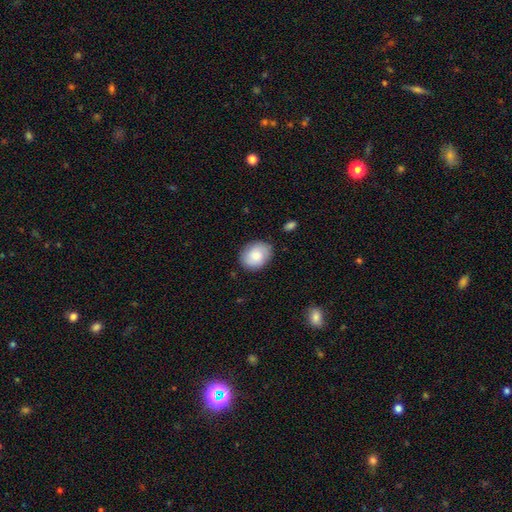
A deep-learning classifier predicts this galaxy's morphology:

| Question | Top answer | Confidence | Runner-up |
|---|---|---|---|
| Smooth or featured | smooth | 77% | featured or disk (16%) |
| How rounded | in between | 54% | round (45%) |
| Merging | none | 82% | minor disturbance (13%) |